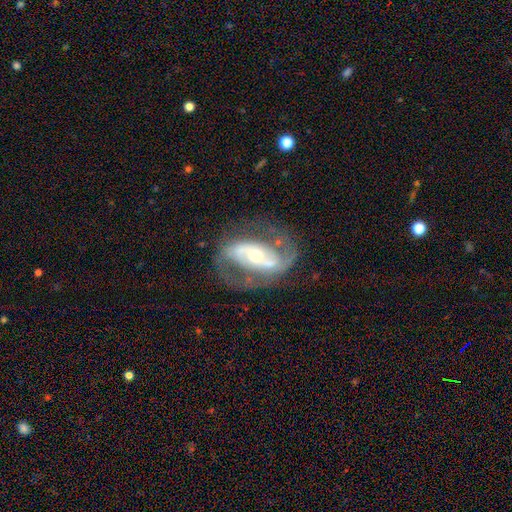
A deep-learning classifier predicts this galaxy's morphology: A featured or disk galaxy (86%) with a strong bar (38%), 2 (89%) medium (49%) spiral arms (90%) and a moderate central bulge (52%).

Vote fractions:
- Smooth or featured? featured or disk: 86% / smooth: 8% / star or artifact: 6%
- Edge-on disk? no: 96% / yes: 4%
- Bar? strong: 38% / no: 32% / weak: 30%
- Spiral arms? yes: 90% / no: 10%
- Spiral winding? medium: 49% / loose: 33% / tight: 18%
- Spiral arm count? 2: 89% / can't tell: 5% / 1: 3% / 3: 2% / 4: 1% / more than 4: 1%
- Bulge size? moderate: 52% / small: 41% / large: 5% / dominant: 1% / none: 1%
- Merging? none: 67% / minor disturbance: 16% / major disturbance: 14% / merger: 3%